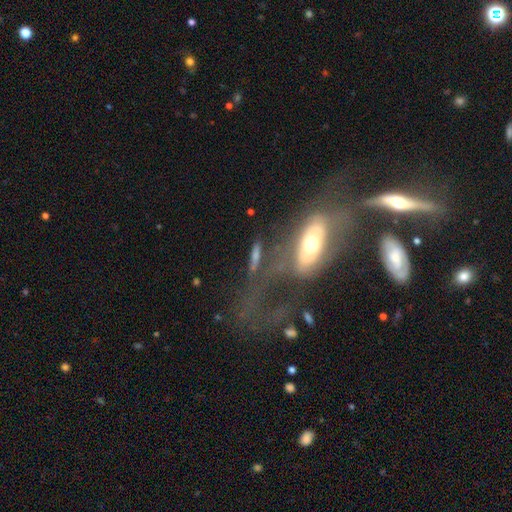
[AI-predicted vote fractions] The model was most divided on "smooth or featured": featured or disk: 48%, smooth: 41%, star or artifact: 11%. Remaining: merging — none (37%).